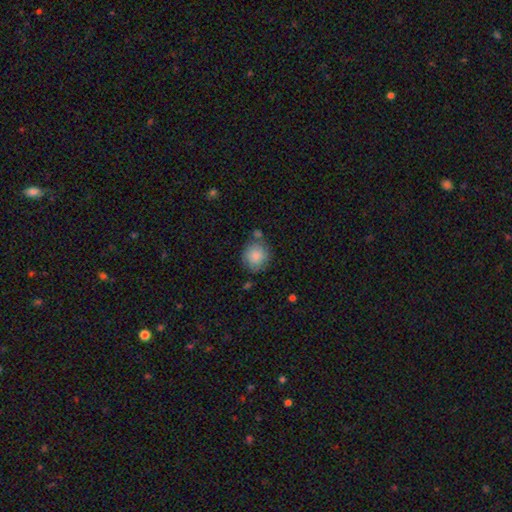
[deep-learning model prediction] smooth_or_featured: smooth (p=0.84) [alt: featured or disk p=0.09]
how_rounded: round (p=0.86) [alt: in between p=0.13]
merging: none (p=0.68) [alt: minor disturbance p=0.17]